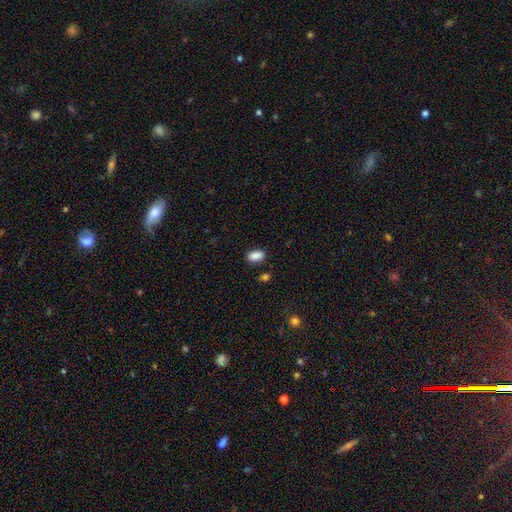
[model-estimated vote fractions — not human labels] Morphology: type=smooth (88%); roundness=in between (90%); merging=none (83%).